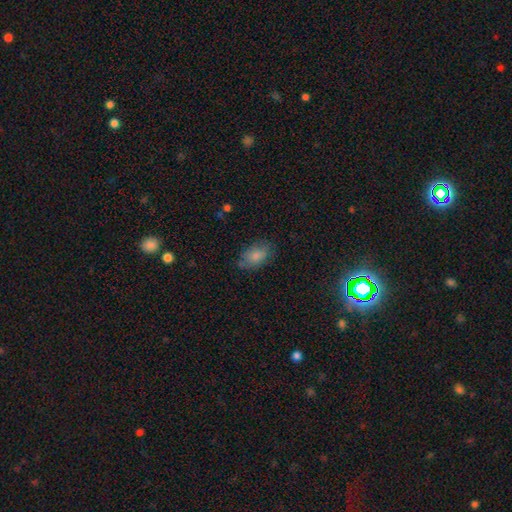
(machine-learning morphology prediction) Smooth or featured?
  - smooth: 81% *
  - featured or disk: 12%
  - star or artifact: 8%
How rounded?
  - in between: 90% *
  - round: 8%
  - cigar-shaped: 2%
Merging?
  - none: 73% *
  - minor disturbance: 20%
  - major disturbance: 5%
  - merger: 1%